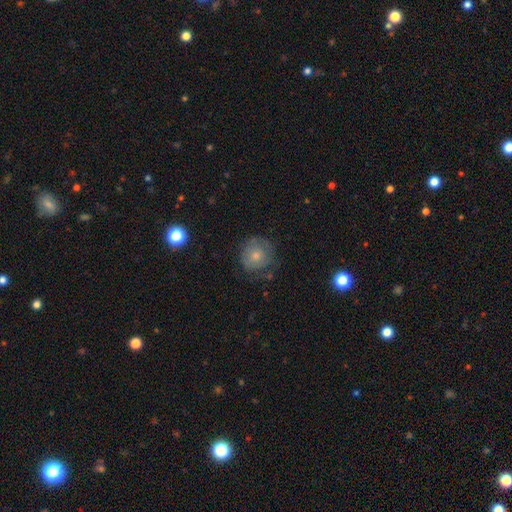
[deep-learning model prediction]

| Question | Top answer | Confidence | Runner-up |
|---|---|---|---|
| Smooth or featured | smooth | 69% | featured or disk (23%) |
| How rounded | round | 90% | in between (9%) |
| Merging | none | 69% | minor disturbance (22%) |